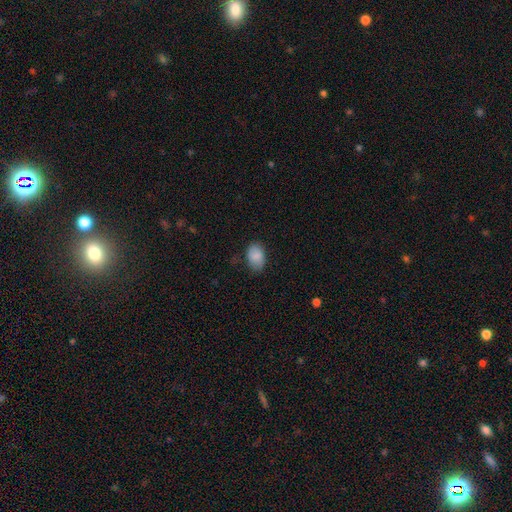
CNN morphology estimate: type=smooth (87%); roundness=in between (84%); merging=none (76%).